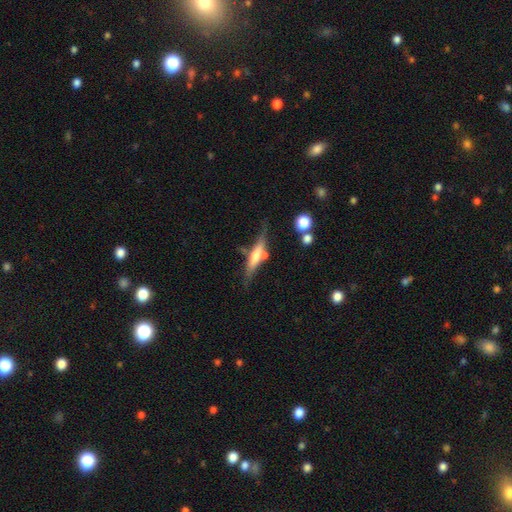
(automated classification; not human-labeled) smooth_or_featured: featured or disk (p=0.58) [alt: smooth p=0.35]
disk_edge_on: yes (p=0.91) [alt: no p=0.09]
edge_on_bulge: rounded (p=0.67) [alt: boxy p=0.19]
merging: none (p=0.61) [alt: minor disturbance p=0.20]